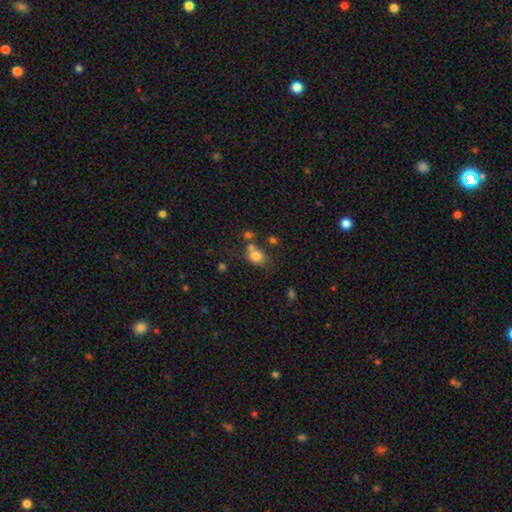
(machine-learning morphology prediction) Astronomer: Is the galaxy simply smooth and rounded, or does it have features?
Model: smooth — 78%.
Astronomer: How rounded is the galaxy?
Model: in between — 53% (runner-up: round, 46%).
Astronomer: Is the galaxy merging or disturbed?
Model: none — 47% (runner-up: merger, 30%).